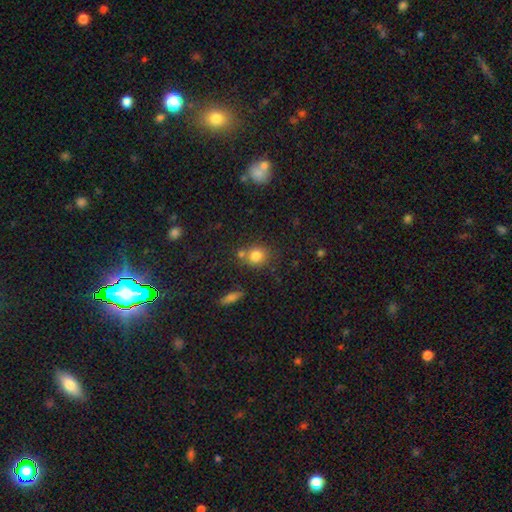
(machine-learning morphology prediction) Smooth or featured? Predicted: smooth (p=0.80). How rounded? Predicted: round (p=0.76). Merging? Predicted: none (p=0.62).